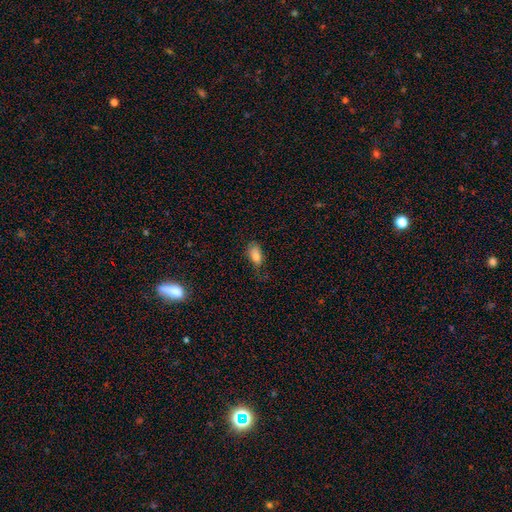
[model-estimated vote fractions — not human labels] Smooth or featured? Predicted: smooth (p=0.82). How rounded? Predicted: in between (p=0.90). Merging? Predicted: none (p=0.56).